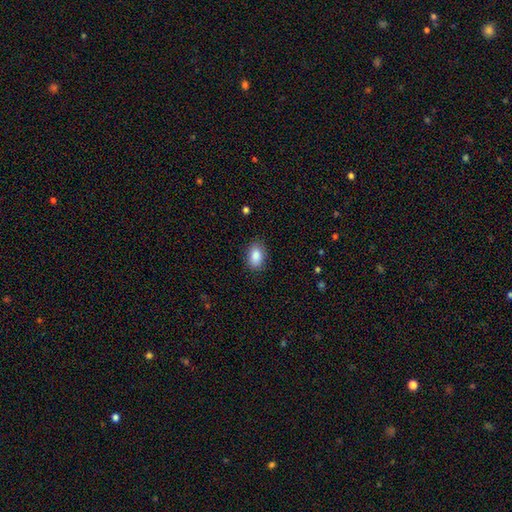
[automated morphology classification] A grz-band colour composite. It shows a smooth galaxy with no disk features (87%) that is in between round and cigar-shaped (87%). Merging: none (86%).